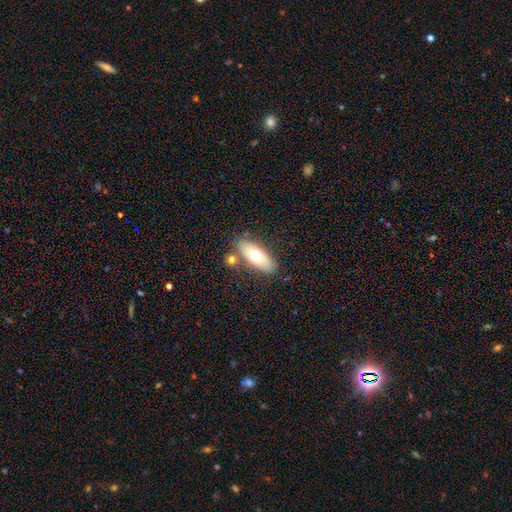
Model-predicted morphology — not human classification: Q: Smooth or featured?
A: smooth (64%); runner-up: featured or disk (29%)
Q: How rounded?
A: in between (76%); runner-up: cigar-shaped (21%)
Q: Merging?
A: none (76%); runner-up: minor disturbance (12%)